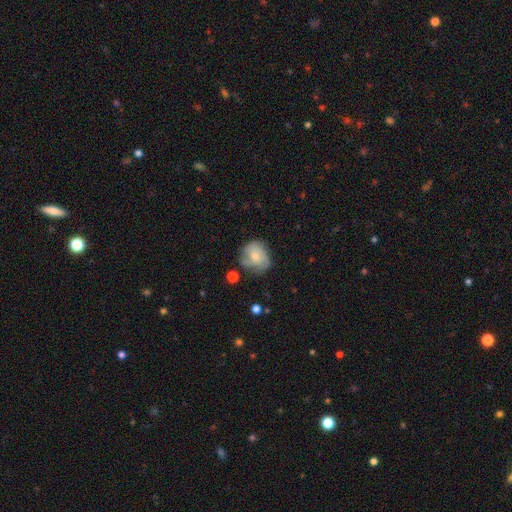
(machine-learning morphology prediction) type=featured or disk (48%); merging=none (55%).